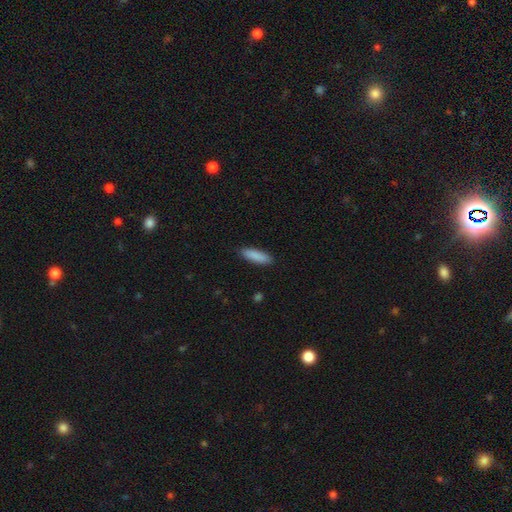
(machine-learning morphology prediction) A smooth galaxy with no disk features (89%) that is cigar-shaped (52%).

Vote fractions:
- Smooth or featured? smooth: 89% / star or artifact: 6% / featured or disk: 5%
- How rounded? cigar-shaped: 52% / in between: 46% / round: 2%
- Merging? none: 89% / minor disturbance: 9% / major disturbance: 2% / merger: 1%